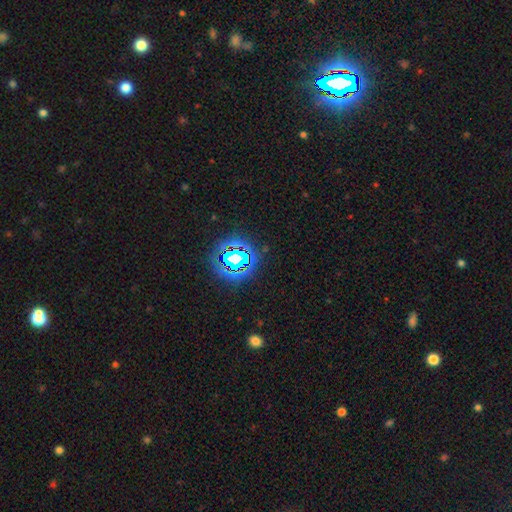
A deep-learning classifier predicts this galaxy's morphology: Smooth or featured: star or artifact — 82% (smooth — 11%)